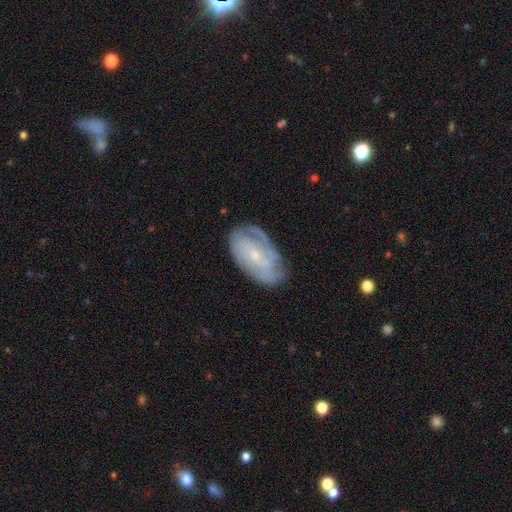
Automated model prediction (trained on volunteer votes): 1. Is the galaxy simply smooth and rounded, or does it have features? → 71% featured or disk, 22% smooth, 6% star or artifact.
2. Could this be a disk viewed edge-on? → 95% no, 5% yes.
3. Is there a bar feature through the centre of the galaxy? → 52% no, 38% weak, 10% strong.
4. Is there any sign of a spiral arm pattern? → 85% yes, 15% no.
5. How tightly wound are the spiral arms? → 52% tight, 35% medium, 13% loose.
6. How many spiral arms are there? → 39% can't tell, 35% 2, 13% 3, 6% 1, 4% 4, 3% more than 4.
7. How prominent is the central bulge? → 72% small, 20% moderate, 5% none, 1% large, 1% dominant.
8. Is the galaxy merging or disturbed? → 68% none, 22% minor disturbance, 8% major disturbance, 2% merger.